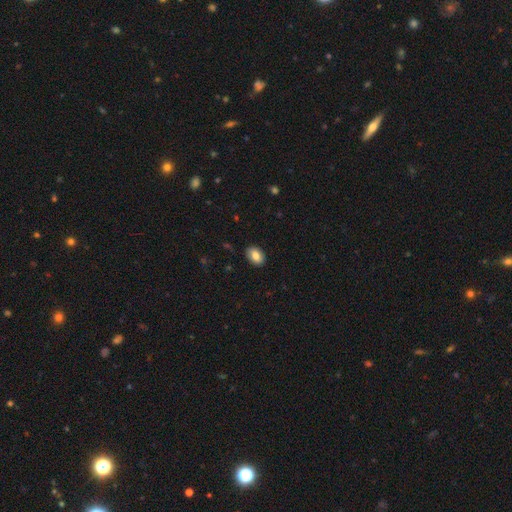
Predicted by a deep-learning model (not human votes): A smooth galaxy with no disk features (81%) that is in between round and cigar-shaped (79%). Merging: none (89%).